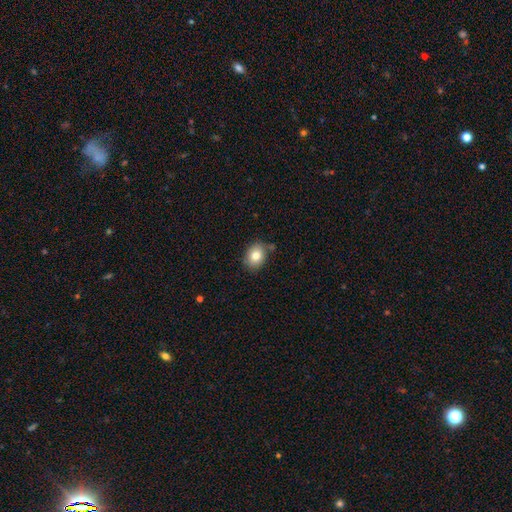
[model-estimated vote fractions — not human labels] The model was most divided on "how rounded": in between: 57%, round: 43%, cigar-shaped: 1%. More confident: smooth or featured — smooth (81%); merging — none (78%).